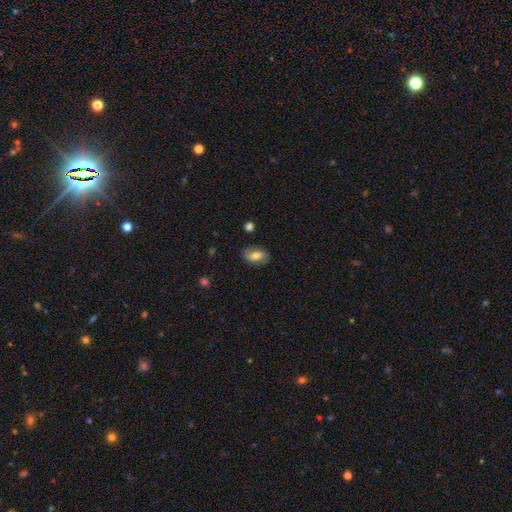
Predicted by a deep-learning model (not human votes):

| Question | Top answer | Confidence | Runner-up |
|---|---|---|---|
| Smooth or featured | smooth | 59% | featured or disk (33%) |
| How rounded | in between | 87% | round (10%) |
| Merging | none | 79% | minor disturbance (15%) |